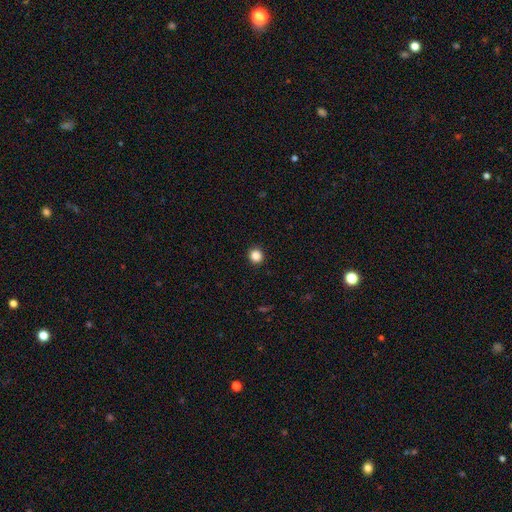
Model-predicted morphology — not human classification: A smooth galaxy with no disk features (87%) that is round (91%). Merging: none (93%).